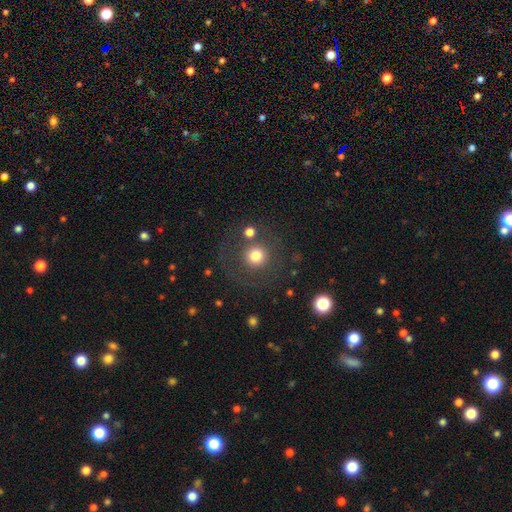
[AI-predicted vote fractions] smooth-or-featured: smooth: 75% | star or artifact: 13% | featured or disk: 12%
  how-rounded: round: 94% | in between: 5% | cigar-shaped: 1%
  merging: none: 75% | minor disturbance: 10% | merger: 8% | major disturbance: 7%